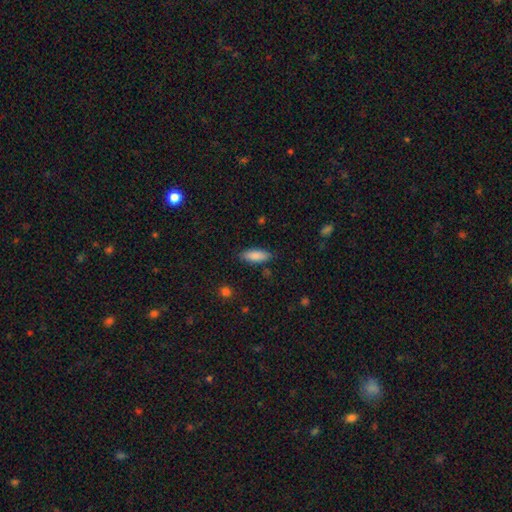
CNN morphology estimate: This appears to be a smooth galaxy with no disk features (86%) that is in between round and cigar-shaped (70%). Merging: none (84%).